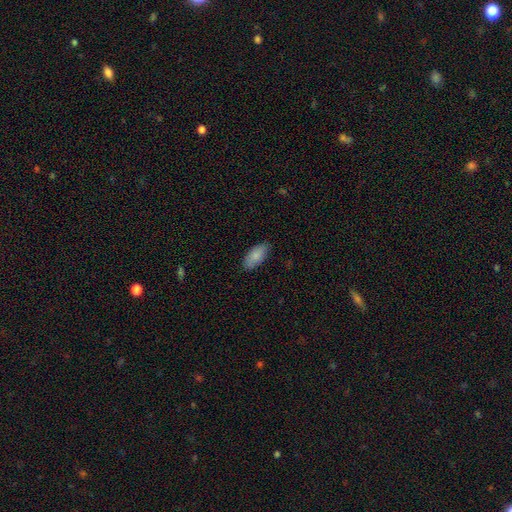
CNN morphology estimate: Smooth or featured? Predicted: smooth (p=0.86). How rounded? Predicted: in between (p=0.92). Merging? Predicted: none (p=0.84).